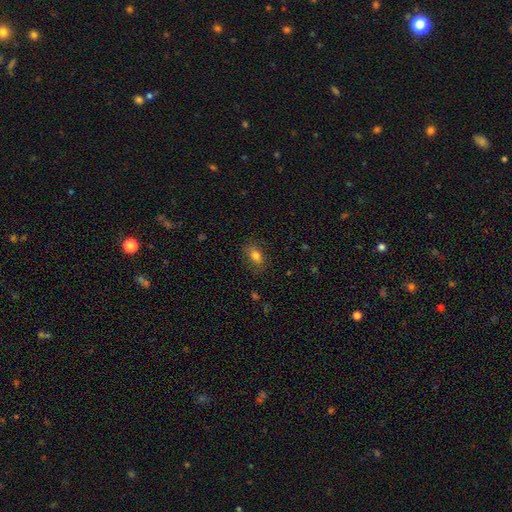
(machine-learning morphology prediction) This appears to be a smooth galaxy with no disk features (78%) that is in between round and cigar-shaped (82%). Merging: none (79%).